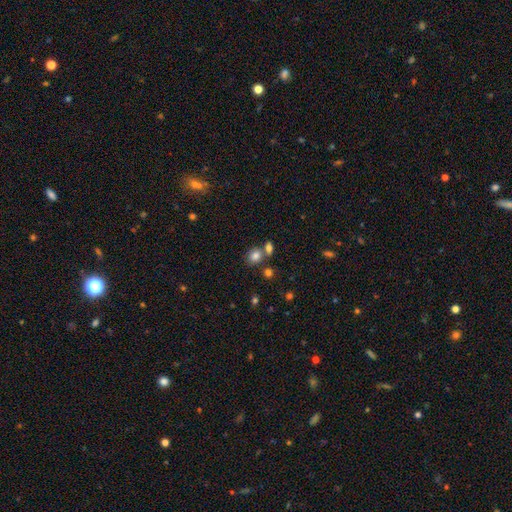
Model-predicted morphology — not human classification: smooth-or-featured: smooth: 79% | star or artifact: 13% | featured or disk: 8%
  how-rounded: round: 64% | in between: 35% | cigar-shaped: 1%
  merging: none: 59% | merger: 27% | minor disturbance: 10% | major disturbance: 4%